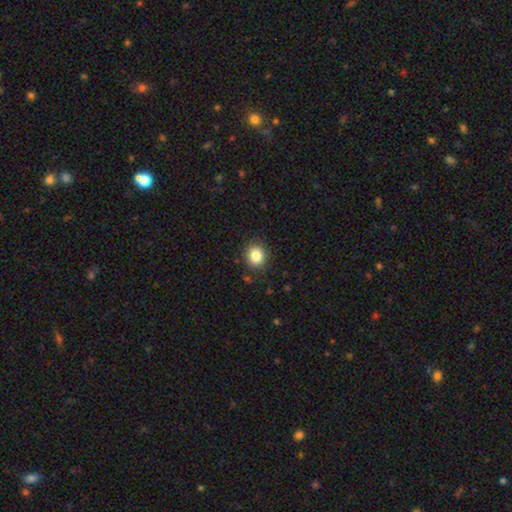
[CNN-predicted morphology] Overall: smooth (84%). How rounded: round (70%). Merging: none (87%).